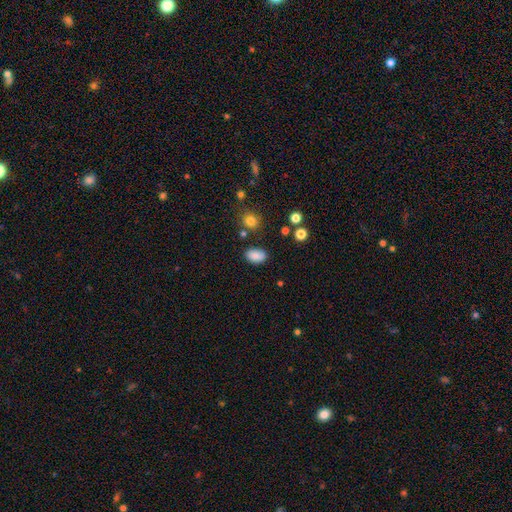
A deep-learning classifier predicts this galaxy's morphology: The model was most divided on "merging": none: 82%, minor disturbance: 12%, major disturbance: 3%, merger: 3%. More confident: how rounded — in between (88%); smooth or featured — smooth (85%).